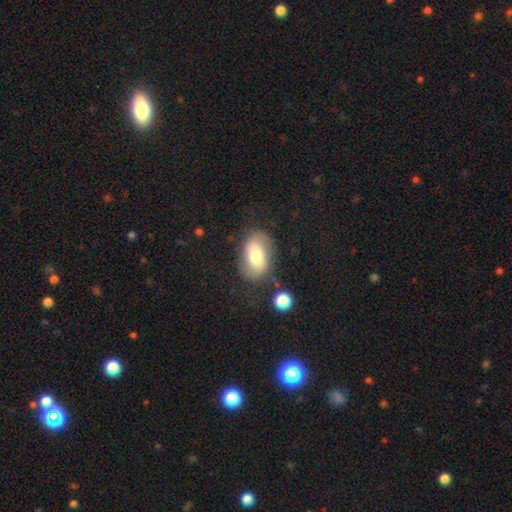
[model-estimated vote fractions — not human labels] Smooth or featured? smooth (67%)
How rounded? in between (88%)
Merging? none (71%)